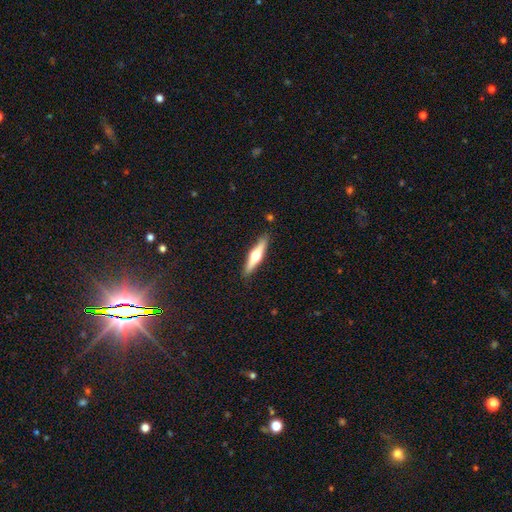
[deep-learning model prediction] Smooth or featured? Predicted: featured or disk (p=0.57). Edge-on disk? Predicted: yes (p=0.95). Edge-on bulge? Predicted: rounded (p=0.94). Merging? Predicted: none (p=0.89).